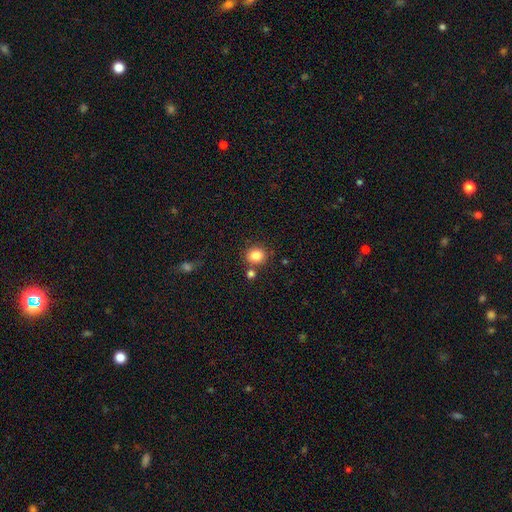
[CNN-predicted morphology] A smooth galaxy with no disk features (83%) that is round (79%).

Vote fractions:
- Smooth or featured? smooth: 83% / star or artifact: 11% / featured or disk: 6%
- How rounded? round: 79% / in between: 20% / cigar-shaped: 1%
- Merging? none: 76% / merger: 12% / minor disturbance: 9% / major disturbance: 3%